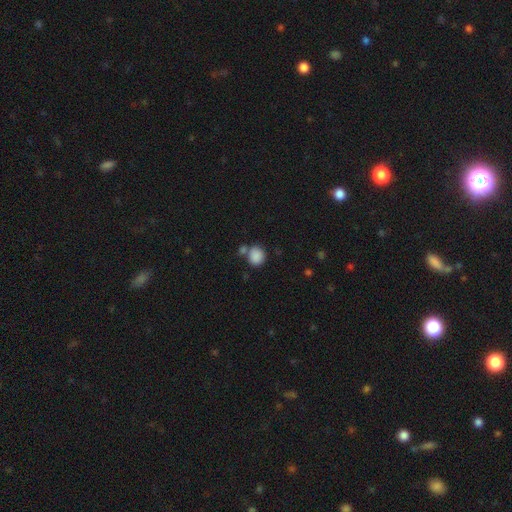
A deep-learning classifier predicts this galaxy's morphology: smooth-or-featured: smooth: 87% | star or artifact: 9% | featured or disk: 4%
  how-rounded: round: 78% | in between: 21% | cigar-shaped: 1%
  merging: none: 59% | merger: 25% | minor disturbance: 12% | major disturbance: 4%